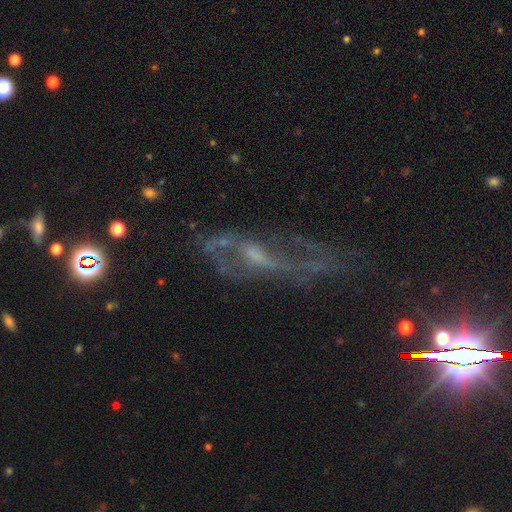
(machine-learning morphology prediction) Smooth or featured?
  - featured or disk: 72% *
  - star or artifact: 14%
  - smooth: 14%
Edge-on disk?
  - no: 84% *
  - yes: 16%
Bar?
  - weak: 43% *
  - no: 39%
  - strong: 18%
Spiral arms?
  - yes: 65% *
  - no: 35%
Bulge size?
  - small: 36% *
  - moderate: 33%
  - none: 24%
  - large: 5%
  - dominant: 2%
Merging?
  - major disturbance: 39% *
  - none: 37%
  - minor disturbance: 18%
  - merger: 6%